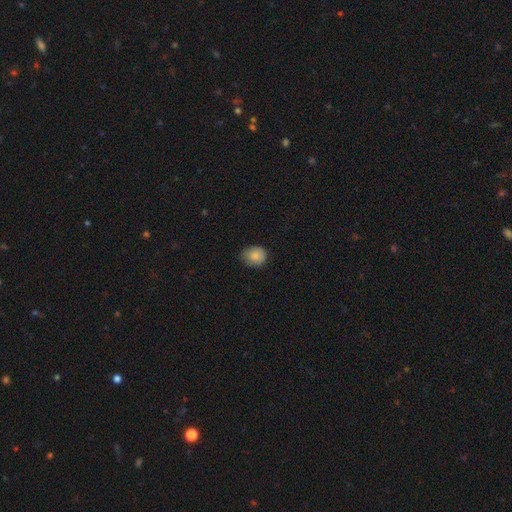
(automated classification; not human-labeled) This is clearly a smooth galaxy (85%). How rounded: likely round (66%). Merging: likely none (71%).